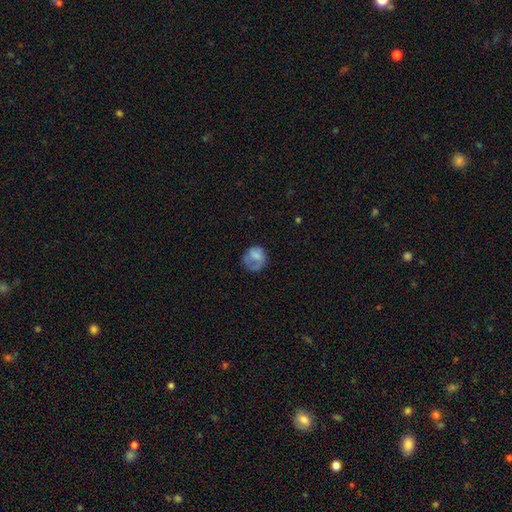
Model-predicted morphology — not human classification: Smooth or featured? Predicted: smooth (p=0.62). How rounded? Predicted: round (p=0.73). Merging? Predicted: none (p=0.47).